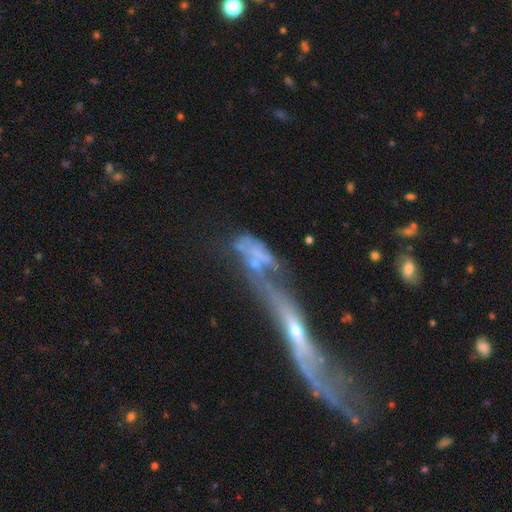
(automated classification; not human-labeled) Smooth or featured? featured or disk (54%)
Edge-on disk? no (72%)
Merging? merger (53%)